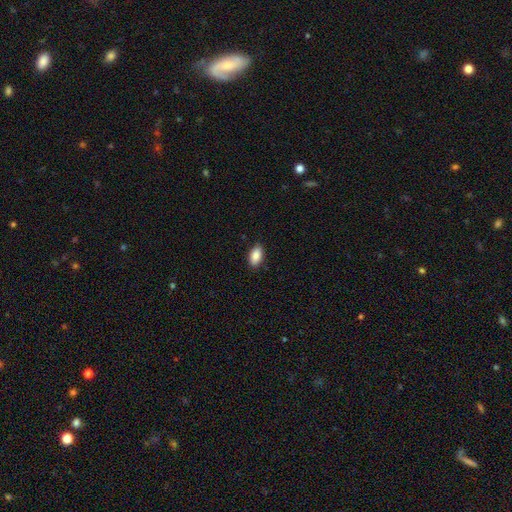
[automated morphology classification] The model was most divided on "merging": none: 88%, minor disturbance: 9%, major disturbance: 2%, merger: 1%. More confident: how rounded — in between (93%); smooth or featured — smooth (88%).